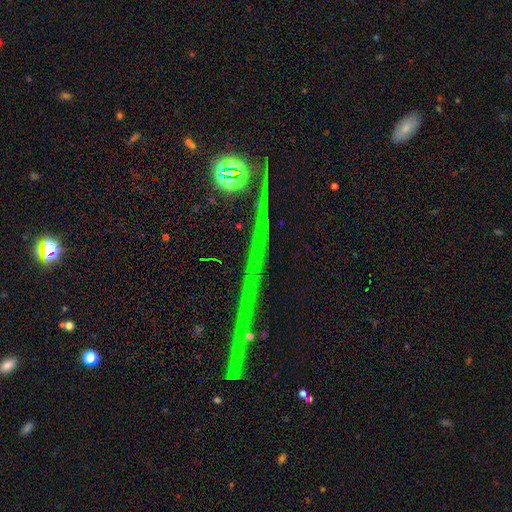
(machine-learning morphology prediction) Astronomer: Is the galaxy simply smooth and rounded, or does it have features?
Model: star or artifact — 68%.